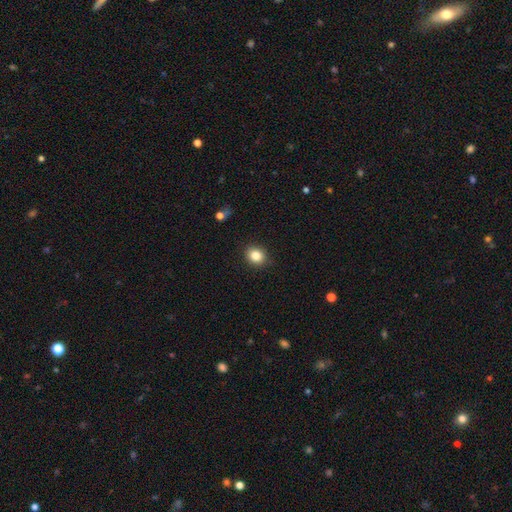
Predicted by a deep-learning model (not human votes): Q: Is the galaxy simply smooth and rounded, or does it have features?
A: smooth — 84%.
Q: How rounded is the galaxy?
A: round — 73%.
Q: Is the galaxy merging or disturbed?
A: none — 89%.